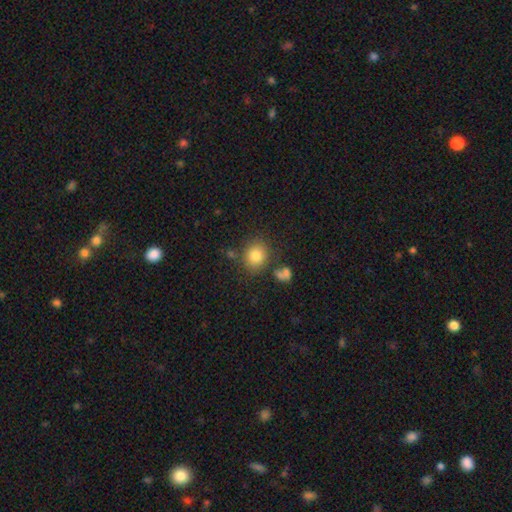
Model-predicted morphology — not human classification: smooth-or-featured: smooth: 81% | star or artifact: 11% | featured or disk: 8%
  how-rounded: round: 70% | in between: 29% | cigar-shaped: 1%
  merging: none: 76% | minor disturbance: 12% | merger: 8% | major disturbance: 4%